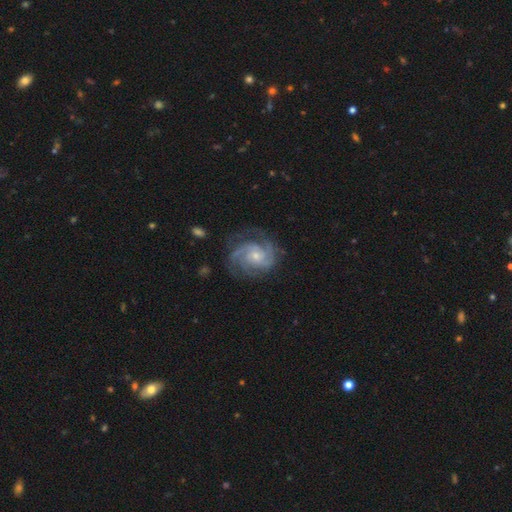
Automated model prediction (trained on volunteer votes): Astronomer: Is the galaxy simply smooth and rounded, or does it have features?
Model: featured or disk — 91%.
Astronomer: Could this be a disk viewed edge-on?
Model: no — 98%.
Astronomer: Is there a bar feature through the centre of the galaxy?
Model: no — 68%.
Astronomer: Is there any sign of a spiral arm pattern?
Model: yes — 98%.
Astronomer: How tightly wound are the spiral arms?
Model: tight — 59% (runner-up: medium, 36%).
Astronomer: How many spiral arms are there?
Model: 3 — 38% (runner-up: 2, 27%).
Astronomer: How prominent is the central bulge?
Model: small — 65%.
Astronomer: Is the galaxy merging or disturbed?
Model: none — 75%.